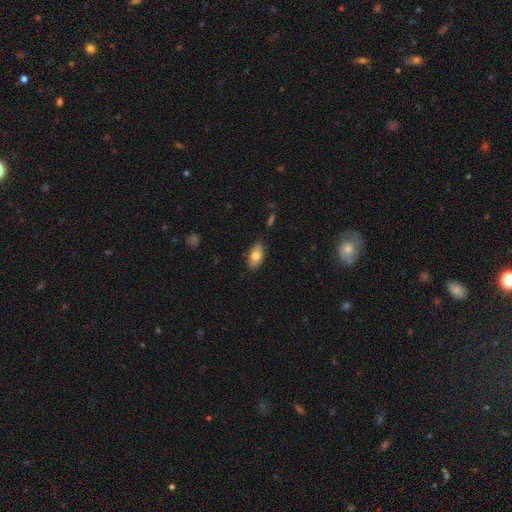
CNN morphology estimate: A smooth galaxy with no disk features (76%) that is in between round and cigar-shaped (91%). Merging: none (81%).